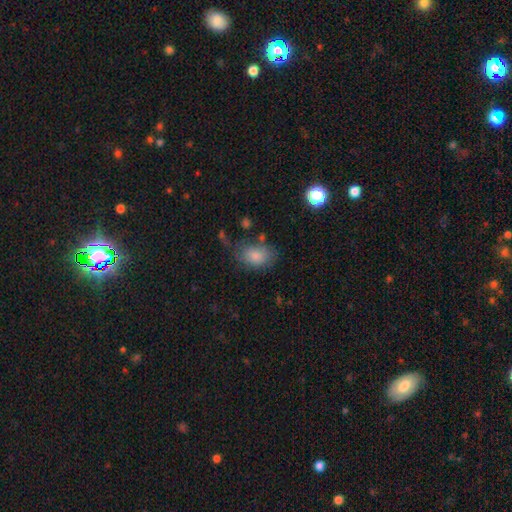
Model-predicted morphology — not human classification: Smooth or featured: smooth — 82% (featured or disk — 10%)
How rounded: in between — 84% (round — 15%)
Merging: none — 53% (minor disturbance — 26%)